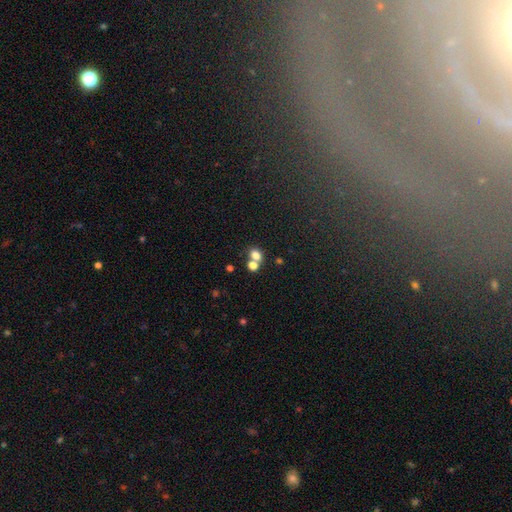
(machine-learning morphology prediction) Overall: smooth (76%). How rounded: round (50%; in between 49%). Merging: merger (45%; none 43%).